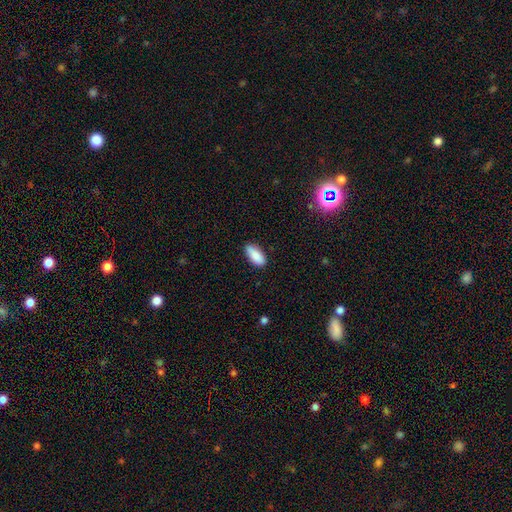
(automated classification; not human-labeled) A smooth galaxy with no disk features (86%) that is in between round and cigar-shaped (86%). Merging: none (83%).